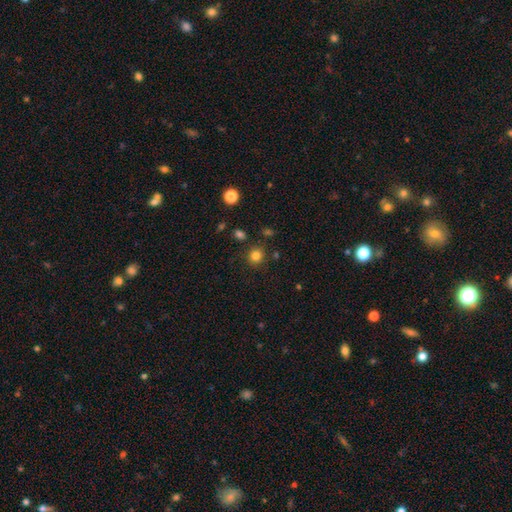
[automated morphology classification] type=smooth (82%); roundness=round (87%); merging=none (84%).